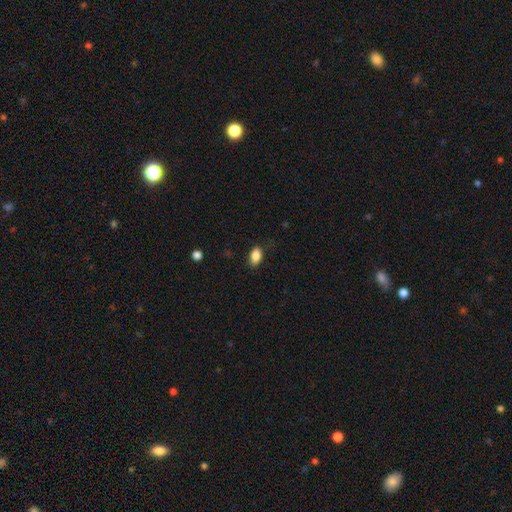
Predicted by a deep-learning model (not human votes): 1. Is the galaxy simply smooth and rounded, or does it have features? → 86% smooth, 8% star or artifact, 6% featured or disk.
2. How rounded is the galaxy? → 88% in between, 9% round, 2% cigar-shaped.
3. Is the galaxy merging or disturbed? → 79% none, 16% minor disturbance, 4% major disturbance, 1% merger.